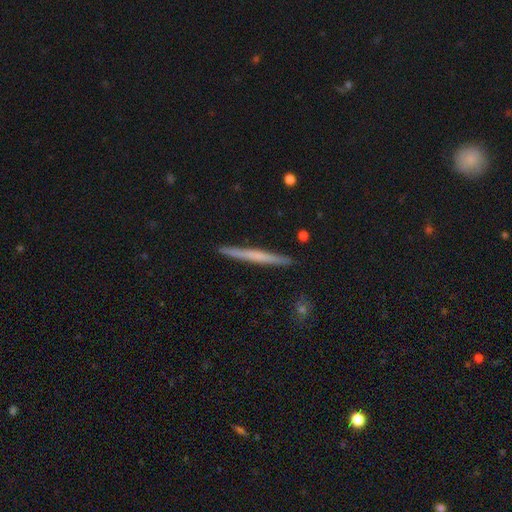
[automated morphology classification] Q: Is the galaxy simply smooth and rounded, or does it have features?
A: featured or disk — 49%.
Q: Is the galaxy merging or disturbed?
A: none — 91%.